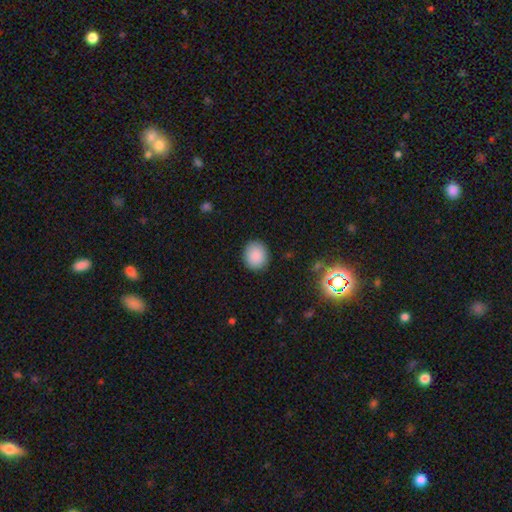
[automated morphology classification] Q: Smooth or featured?
A: smooth (88%); runner-up: star or artifact (9%)
Q: How rounded?
A: round (72%); runner-up: in between (27%)
Q: Merging?
A: none (89%); runner-up: minor disturbance (8%)